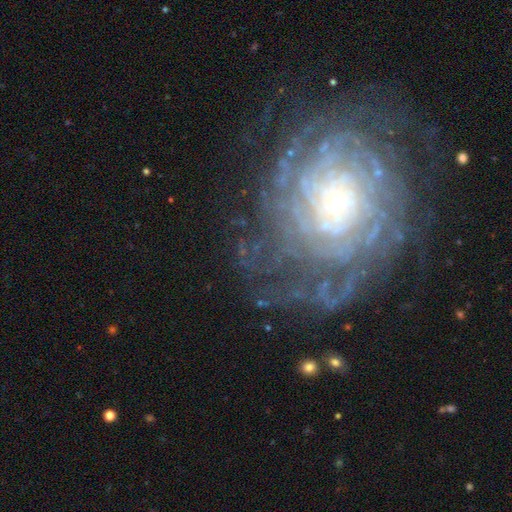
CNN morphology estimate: Smooth or featured: featured or disk — 84% (star or artifact — 8%)
Edge-on disk: no — 97% (yes — 3%)
Bar: no — 78% (weak — 16%)
Spiral arms: yes — 94% (no — 6%)
Spiral winding: tight — 81% (medium — 15%)
Spiral arm count: can't tell — 34% (more than 4 — 28%)
Bulge size: small — 79% (moderate — 15%)
Merging: none — 73% (minor disturbance — 16%)